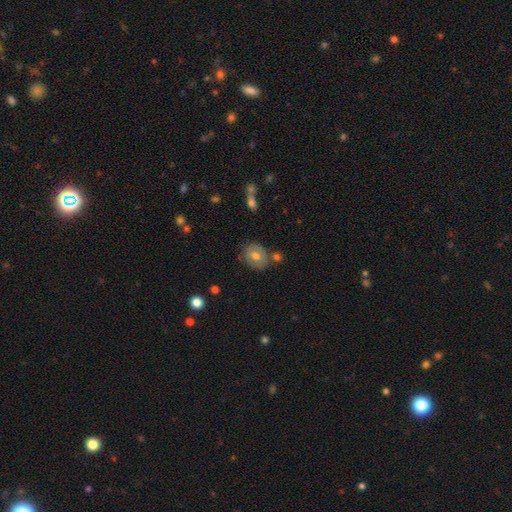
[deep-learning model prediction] smooth-or-featured: smooth: 60% | featured or disk: 32% | star or artifact: 8%
  how-rounded: round: 61% | in between: 38% | cigar-shaped: 1%
  merging: none: 76% | minor disturbance: 14% | merger: 7% | major disturbance: 3%